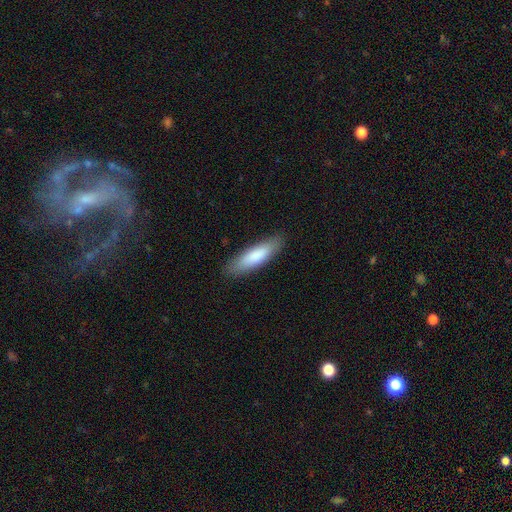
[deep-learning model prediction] This is clearly a smooth galaxy (83%). How rounded: likely cigar-shaped (65%). Merging: clearly none (87%).